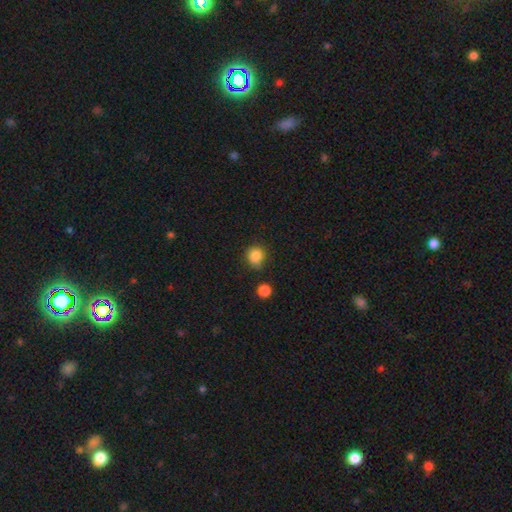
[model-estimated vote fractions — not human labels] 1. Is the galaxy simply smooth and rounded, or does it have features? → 85% smooth, 11% star or artifact, 4% featured or disk.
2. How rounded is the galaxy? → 88% round, 11% in between, 1% cigar-shaped.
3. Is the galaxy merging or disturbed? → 75% none, 16% minor disturbance, 5% merger, 4% major disturbance.